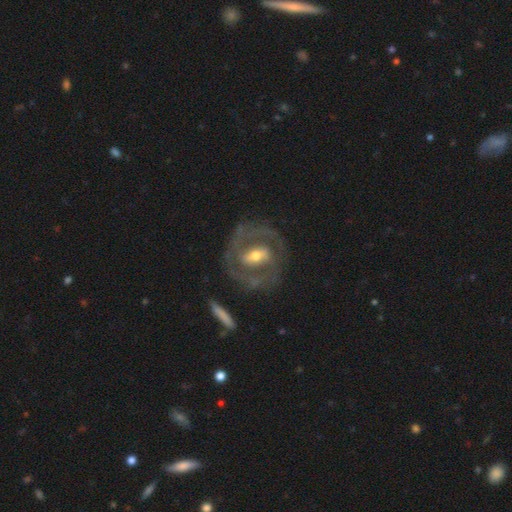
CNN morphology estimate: This is clearly a featured or disk galaxy (81%). It is clearly not viewed edge-on (96%). Bar: marginally strong (39%). Spiral arm pattern: likely yes (76%). Spiral arm count: likely 2 (72%). Spiral winding: possibly tight (47%). Central bulge: likely moderate (65%). Merging: likely none (72%).